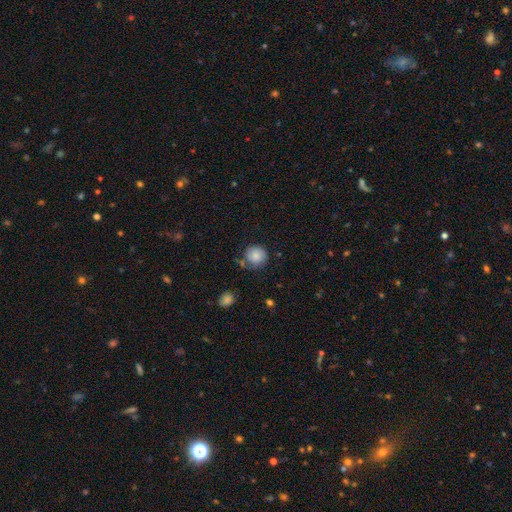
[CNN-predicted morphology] This appears to be a smooth galaxy with no disk features (80%) that is round (89%). Merging: none (69%).